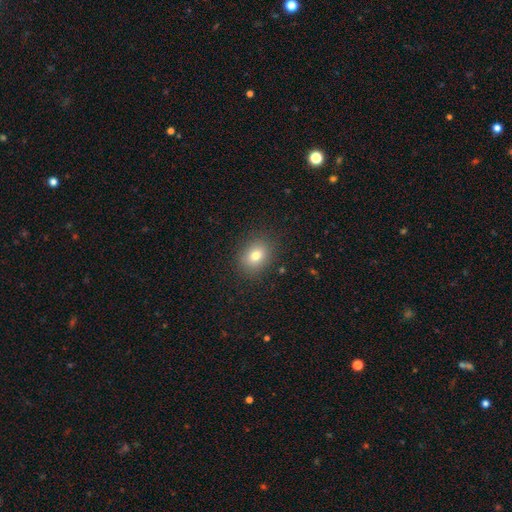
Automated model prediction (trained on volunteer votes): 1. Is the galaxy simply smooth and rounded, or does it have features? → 78% smooth, 12% star or artifact, 10% featured or disk.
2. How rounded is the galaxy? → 54% round, 45% in between, 1% cigar-shaped.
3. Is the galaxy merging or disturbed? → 87% none, 9% minor disturbance, 3% major disturbance, 1% merger.